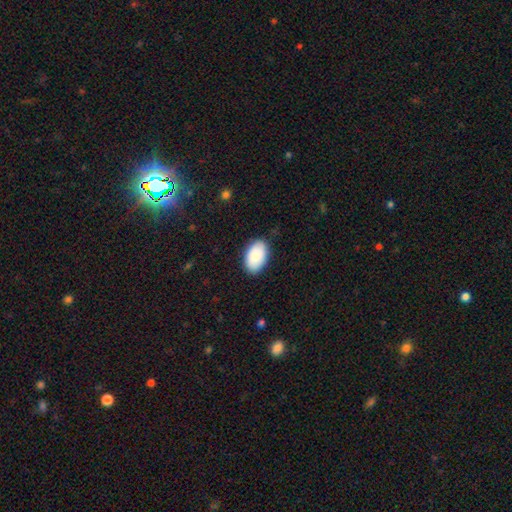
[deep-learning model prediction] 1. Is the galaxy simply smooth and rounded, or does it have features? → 88% smooth, 7% featured or disk, 6% star or artifact.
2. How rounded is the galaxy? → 94% in between, 5% round, 1% cigar-shaped.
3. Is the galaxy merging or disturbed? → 86% none, 11% minor disturbance, 2% major disturbance, 1% merger.